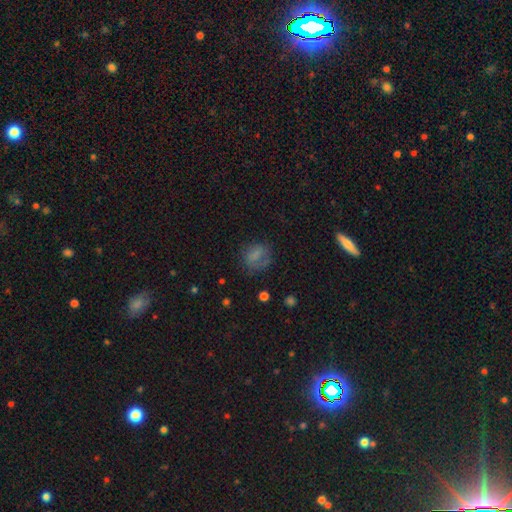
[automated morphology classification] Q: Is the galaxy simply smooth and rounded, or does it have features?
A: smooth — 66%.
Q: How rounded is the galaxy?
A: round — 62%.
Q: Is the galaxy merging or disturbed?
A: none — 55%.